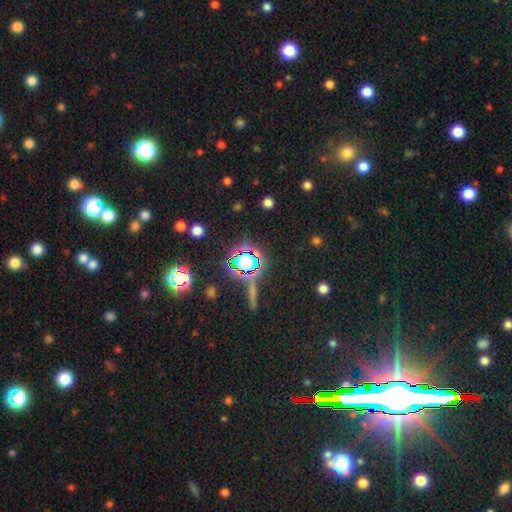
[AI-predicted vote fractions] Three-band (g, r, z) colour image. It shows a star or artifact, not a galaxy (78%).